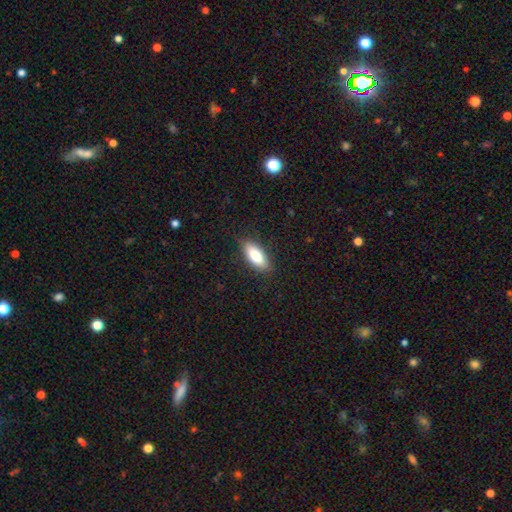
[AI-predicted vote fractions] Smooth or featured?
  - smooth: 80% *
  - featured or disk: 14%
  - star or artifact: 6%
How rounded?
  - in between: 76% *
  - cigar-shaped: 22%
  - round: 2%
Merging?
  - none: 85% *
  - minor disturbance: 11%
  - major disturbance: 3%
  - merger: 1%